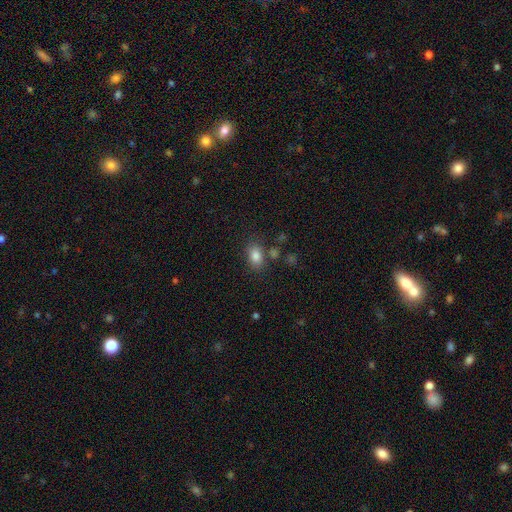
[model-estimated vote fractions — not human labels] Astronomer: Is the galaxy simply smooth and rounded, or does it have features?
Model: smooth — 83%.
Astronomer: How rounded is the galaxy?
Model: in between — 78%.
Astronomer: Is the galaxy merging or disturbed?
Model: none — 73%.